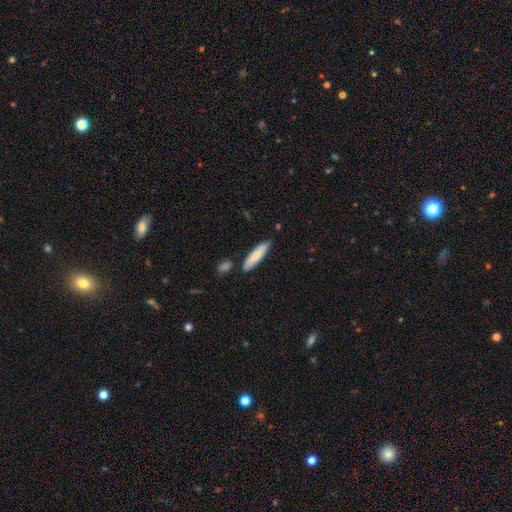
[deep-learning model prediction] Smooth or featured: smooth — 76% (featured or disk — 18%)
How rounded: cigar-shaped — 73% (in between — 25%)
Merging: none — 82% (minor disturbance — 12%)